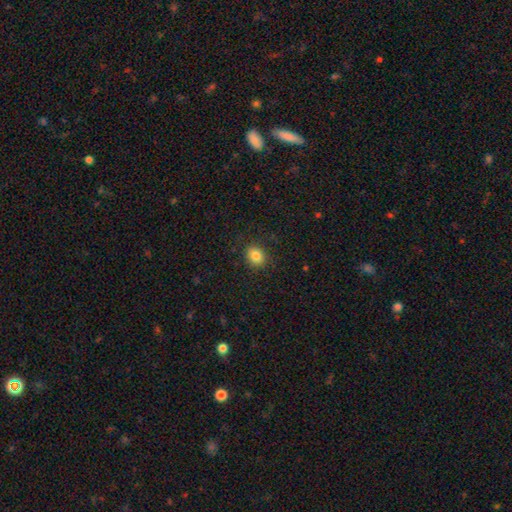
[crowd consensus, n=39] Morphology: type=smooth (95%); roundness=round (70%); merging=none (82%).